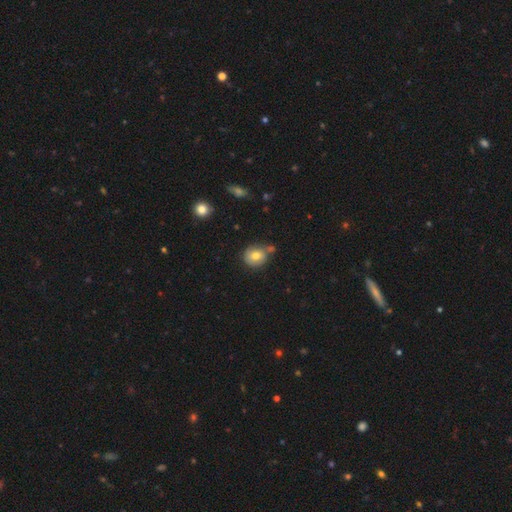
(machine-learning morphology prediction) Overall: smooth (72%). How rounded: round (77%). Merging: none (61%).